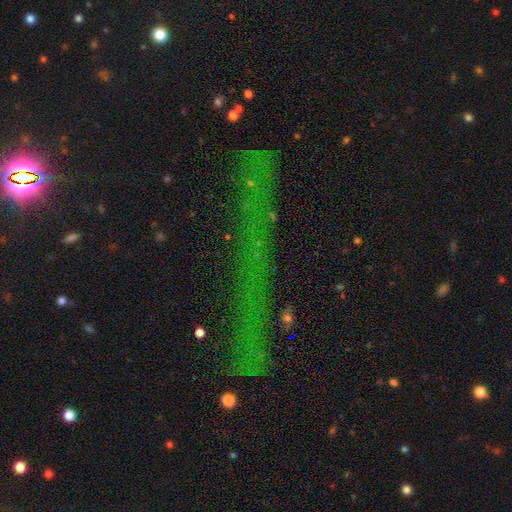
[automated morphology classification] smooth_or_featured: star or artifact (p=0.70) [alt: smooth p=0.15]